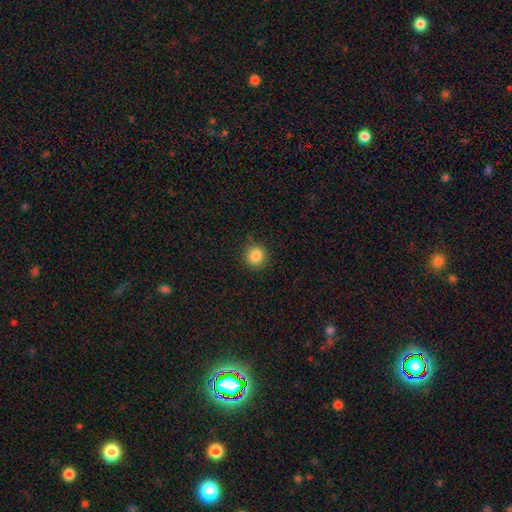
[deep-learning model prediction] Smooth or featured?
  - smooth: 86% *
  - star or artifact: 10%
  - featured or disk: 4%
How rounded?
  - round: 91% *
  - in between: 8%
  - cigar-shaped: 1%
Merging?
  - none: 88% *
  - minor disturbance: 9%
  - major disturbance: 2%
  - merger: 1%